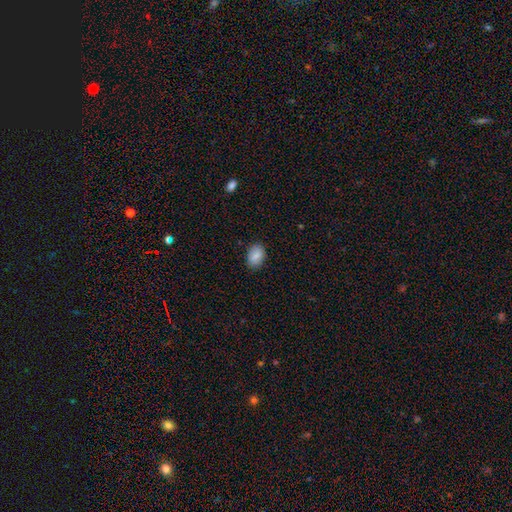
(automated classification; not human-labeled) Morphology: type=smooth (85%); roundness=in between (83%); merging=none (85%).